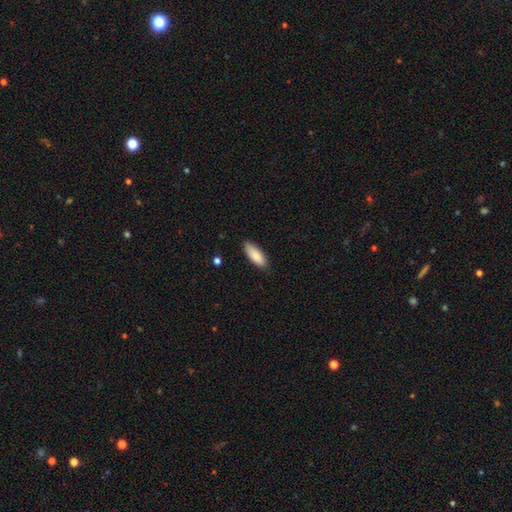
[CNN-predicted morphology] Smooth or featured?
  - smooth: 85% *
  - featured or disk: 9%
  - star or artifact: 6%
How rounded?
  - in between: 70% *
  - cigar-shaped: 28%
  - round: 2%
Merging?
  - none: 84% *
  - minor disturbance: 13%
  - major disturbance: 2%
  - merger: 1%